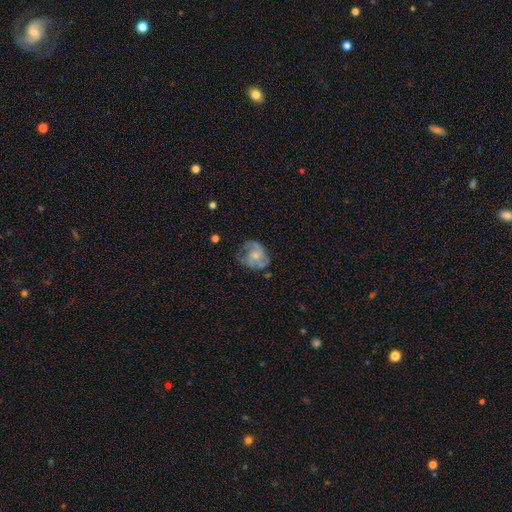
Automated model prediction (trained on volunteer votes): Smooth or featured? featured or disk (56%)
Edge-on disk? no (98%)
Bar? no (79%)
Spiral arms? yes (56%)
Bulge size? small (50%)
Merging? none (44%)